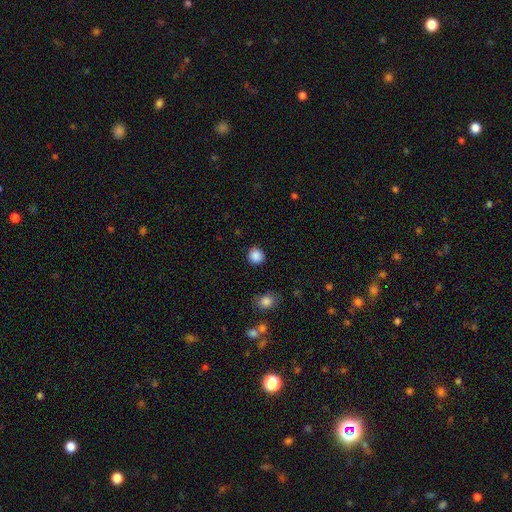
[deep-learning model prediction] Smooth or featured? Predicted: smooth (p=0.87). How rounded? Predicted: round (p=0.91). Merging? Predicted: none (p=0.90).